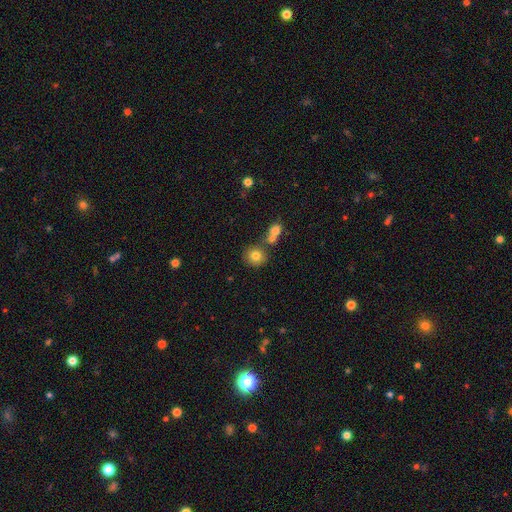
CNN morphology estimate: smooth-or-featured: smooth: 79% | star or artifact: 11% | featured or disk: 10%
  how-rounded: round: 86% | in between: 13% | cigar-shaped: 1%
  merging: none: 66% | merger: 21% | minor disturbance: 10% | major disturbance: 3%